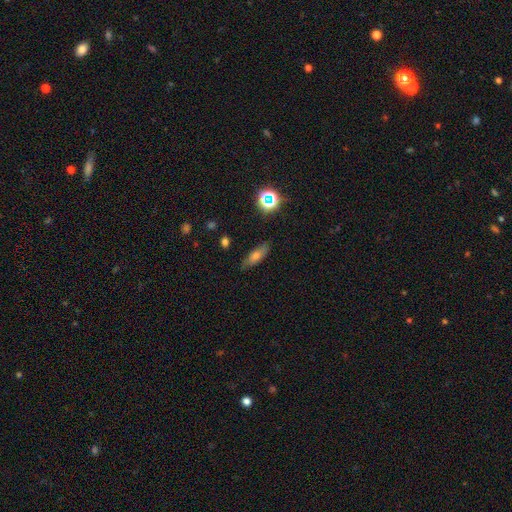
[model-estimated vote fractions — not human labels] The model was most divided on "how rounded": in between: 58%, cigar-shaped: 37%, round: 5%. More confident: merging — none (82%); smooth or featured — smooth (62%).